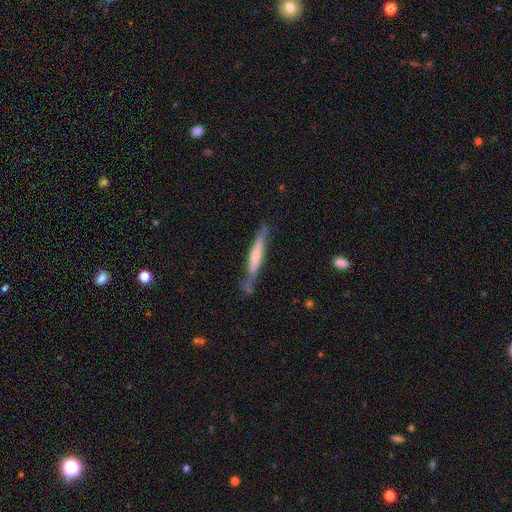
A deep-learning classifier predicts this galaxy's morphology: Q: Smooth or featured?
A: smooth (51%); runner-up: featured or disk (44%)
Q: How rounded?
A: cigar-shaped (93%); runner-up: in between (6%)
Q: Merging?
A: none (67%); runner-up: minor disturbance (23%)